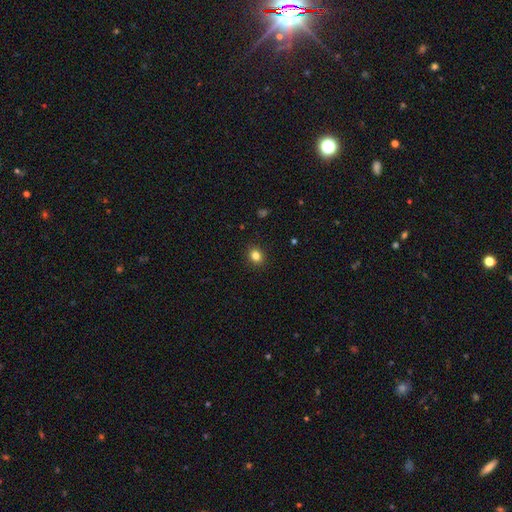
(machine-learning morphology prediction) smooth 84%, star or artifact 11%, featured or disk 5%. Down the decision tree: how rounded — round (61%); merging — none (91%).